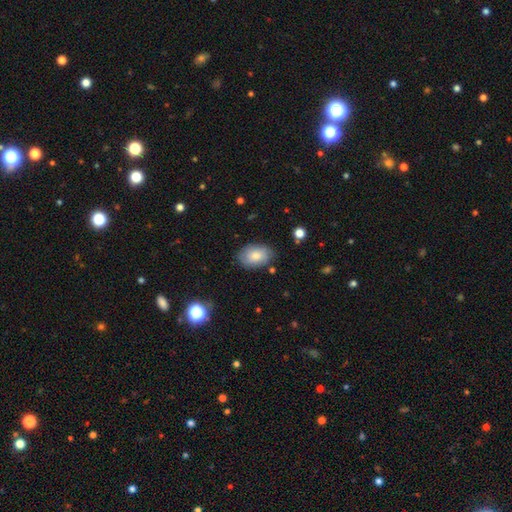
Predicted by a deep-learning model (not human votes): smooth-or-featured: smooth: 78% | featured or disk: 14% | star or artifact: 7%
  how-rounded: in between: 85% | round: 14% | cigar-shaped: 1%
  merging: none: 80% | minor disturbance: 15% | major disturbance: 3% | merger: 2%